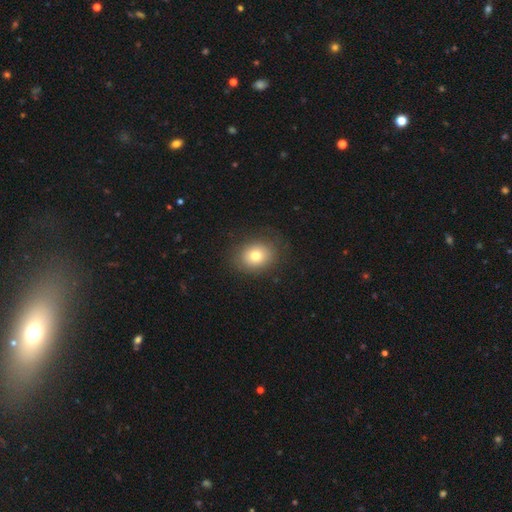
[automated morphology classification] This is likely a smooth galaxy (75%). How rounded: possibly round (55%). Merging: clearly none (83%).